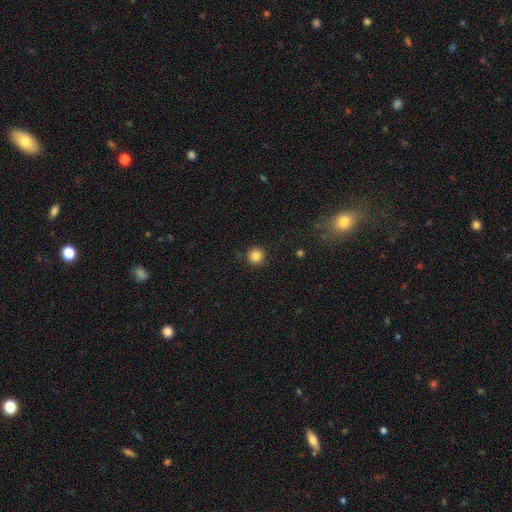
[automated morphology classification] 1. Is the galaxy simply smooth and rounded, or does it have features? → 85% smooth, 11% star or artifact, 4% featured or disk.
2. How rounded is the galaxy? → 95% round, 4% in between, 1% cigar-shaped.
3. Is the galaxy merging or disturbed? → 90% none, 7% minor disturbance, 2% major disturbance, 1% merger.